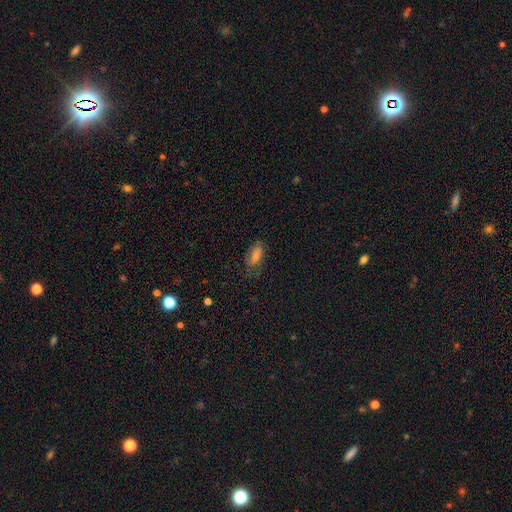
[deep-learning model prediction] Smooth or featured?
  - smooth: 46% *
  - featured or disk: 36%
  - star or artifact: 18%
Merging?
  - none: 67% *
  - minor disturbance: 21%
  - major disturbance: 10%
  - merger: 2%